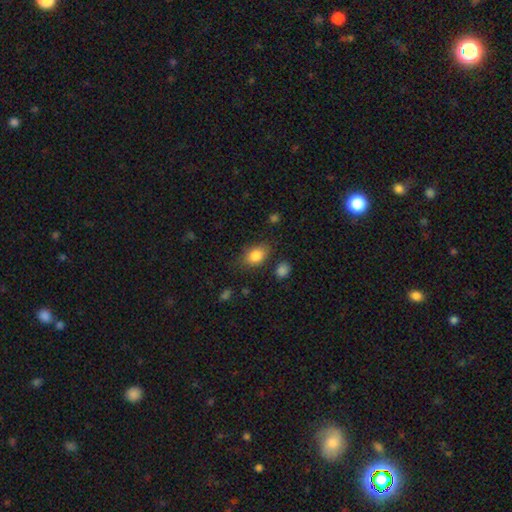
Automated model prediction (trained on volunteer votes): This is clearly a smooth galaxy (83%). How rounded: likely in between (80%). Merging: likely none (75%).